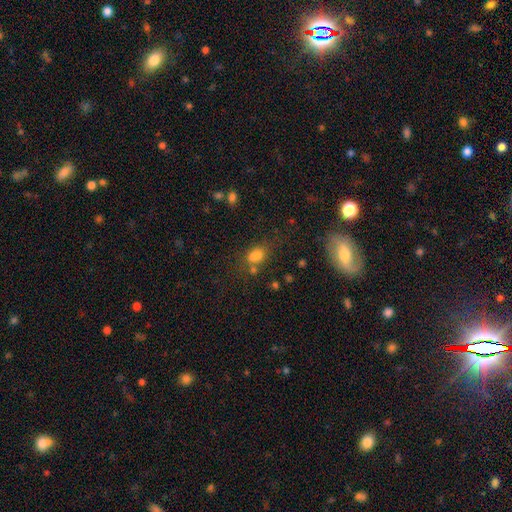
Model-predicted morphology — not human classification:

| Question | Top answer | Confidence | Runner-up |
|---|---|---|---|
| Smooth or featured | smooth | 78% | star or artifact (15%) |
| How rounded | in between | 75% | round (23%) |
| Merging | none | 57% | minor disturbance (19%) |